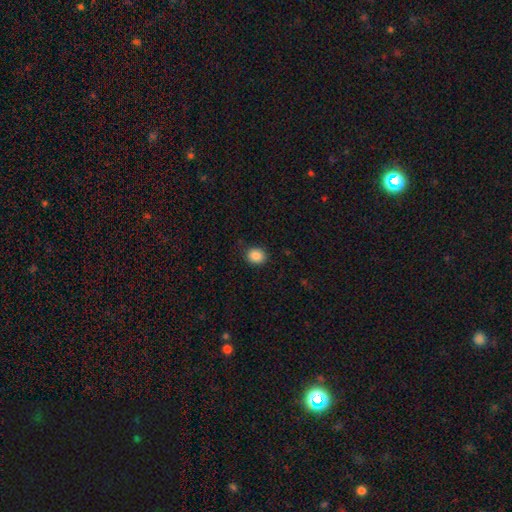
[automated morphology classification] Smooth or featured?
  - smooth: 87% *
  - star or artifact: 9%
  - featured or disk: 3%
How rounded?
  - round: 69% *
  - in between: 30%
  - cigar-shaped: 1%
Merging?
  - none: 86% *
  - minor disturbance: 10%
  - major disturbance: 3%
  - merger: 1%